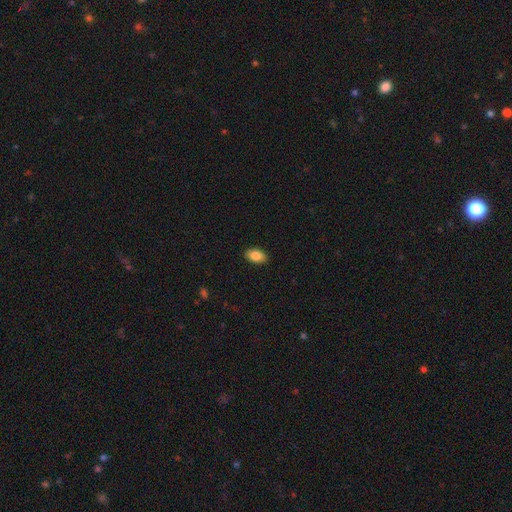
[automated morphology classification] Overall: smooth (87%). How rounded: in between (91%). Merging: none (90%).